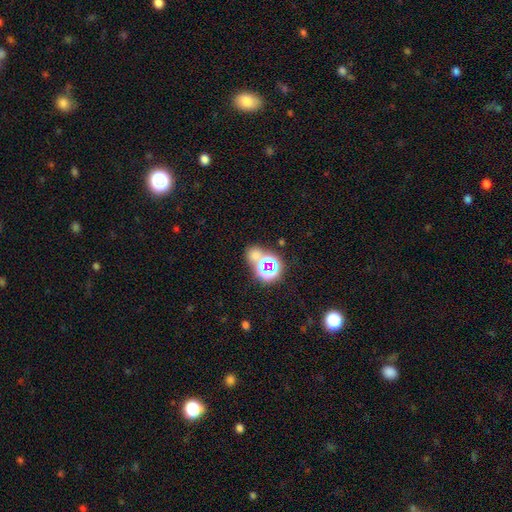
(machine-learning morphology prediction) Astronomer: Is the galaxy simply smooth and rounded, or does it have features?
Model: smooth — 46% (runner-up: star or artifact, 44%).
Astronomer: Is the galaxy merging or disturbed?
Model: none — 55%.